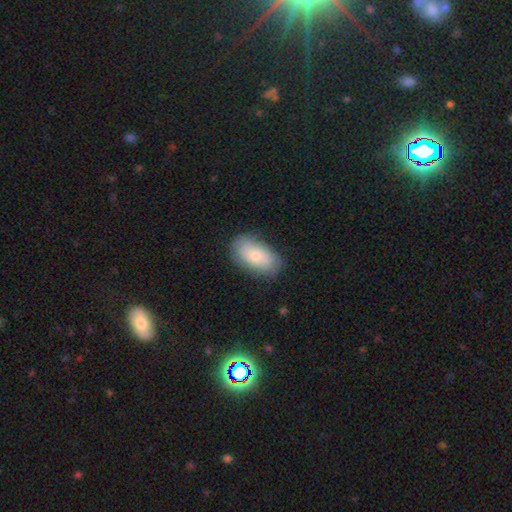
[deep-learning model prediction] Smooth or featured: smooth — 70% (featured or disk — 23%)
How rounded: in between — 93% (round — 5%)
Merging: none — 75% (minor disturbance — 19%)